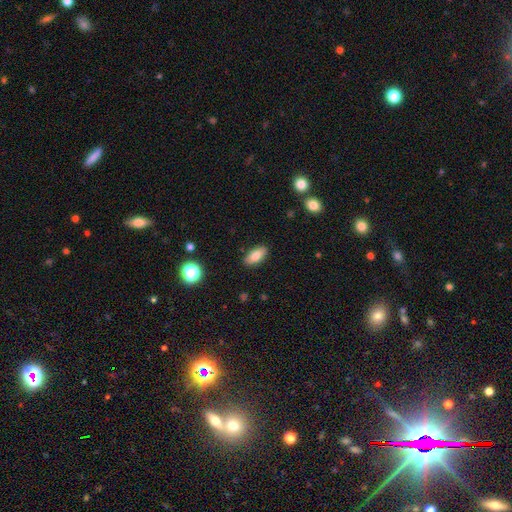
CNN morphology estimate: This appears to be a smooth galaxy with no disk features (81%) that is in between round and cigar-shaped (86%). Merging: none (87%).